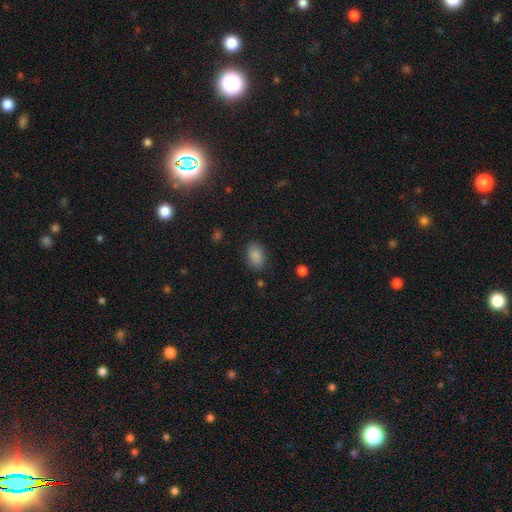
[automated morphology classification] A smooth galaxy with no disk features (87%) that is in between round and cigar-shaped (89%).

Vote fractions:
- Smooth or featured? smooth: 87% / star or artifact: 8% / featured or disk: 5%
- How rounded? in between: 89% / round: 10% / cigar-shaped: 2%
- Merging? none: 82% / minor disturbance: 12% / major disturbance: 4% / merger: 2%